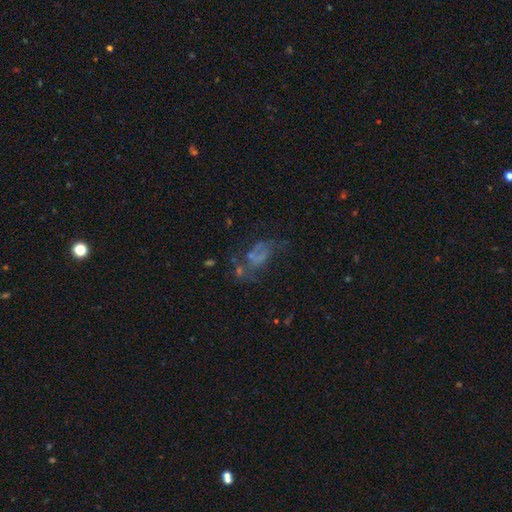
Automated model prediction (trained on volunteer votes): Smooth or featured? featured or disk (48%)
Merging? major disturbance (38%)